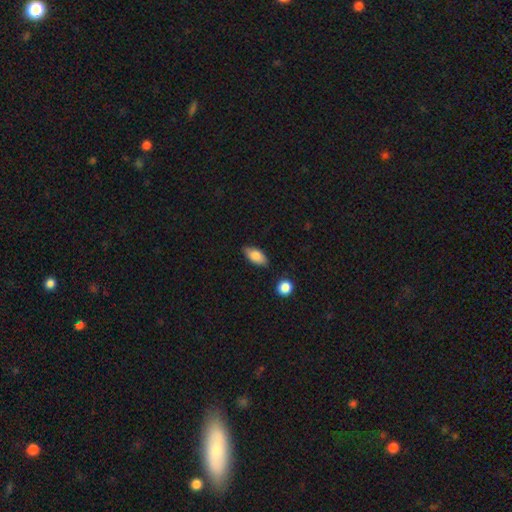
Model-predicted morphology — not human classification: smooth 81%, featured or disk 13%, star or artifact 7%. Down the decision tree: how rounded — in between (88%); merging — none (81%).